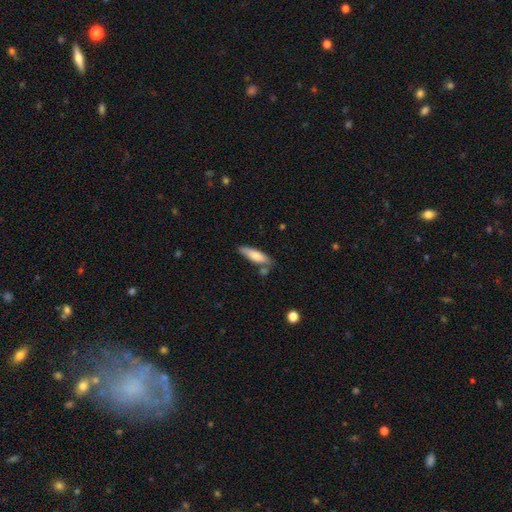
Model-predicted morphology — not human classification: A smooth galaxy with no disk features (74%) that is cigar-shaped (58%).

Vote fractions:
- Smooth or featured? smooth: 74% / featured or disk: 20% / star or artifact: 6%
- How rounded? cigar-shaped: 58% / in between: 41% / round: 2%
- Merging? none: 70% / minor disturbance: 17% / merger: 9% / major disturbance: 3%